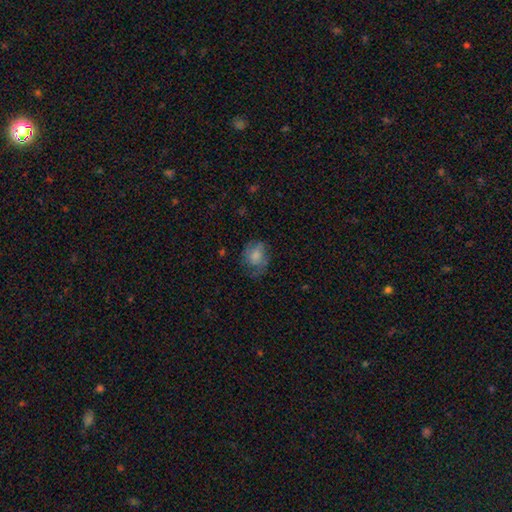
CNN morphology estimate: smooth 66%, featured or disk 25%, star or artifact 9%. Down the decision tree: how rounded — round (51%); merging — none (56%).